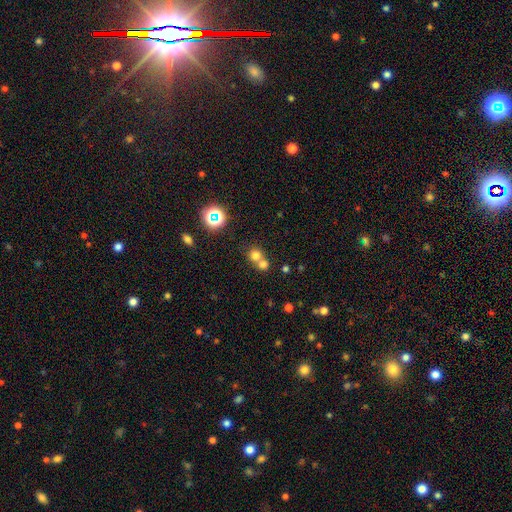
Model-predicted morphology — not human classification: Q: Smooth or featured?
A: smooth (72%); runner-up: star or artifact (18%)
Q: How rounded?
A: round (87%); runner-up: in between (12%)
Q: Merging?
A: merger (50%); runner-up: none (43%)